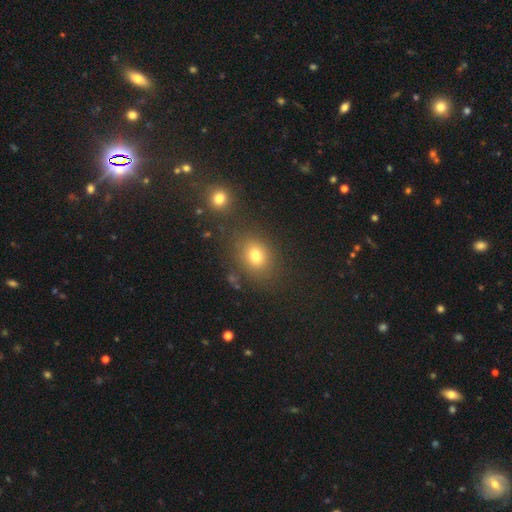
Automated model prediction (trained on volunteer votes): The model was most divided on "how rounded": in between: 53%, round: 46%, cigar-shaped: 1%. More confident: merging — none (76%); smooth or featured — smooth (76%).